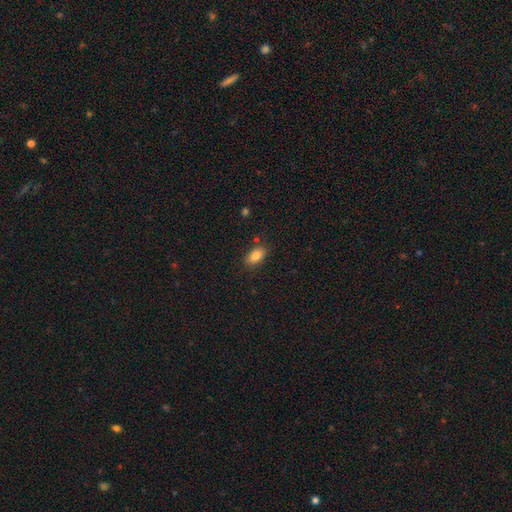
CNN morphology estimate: A smooth galaxy with no disk features (83%) that is in between round and cigar-shaped (89%).

Vote fractions:
- Smooth or featured? smooth: 83% / star or artifact: 9% / featured or disk: 8%
- How rounded? in between: 89% / round: 8% / cigar-shaped: 3%
- Merging? none: 82% / minor disturbance: 12% / merger: 3% / major disturbance: 3%